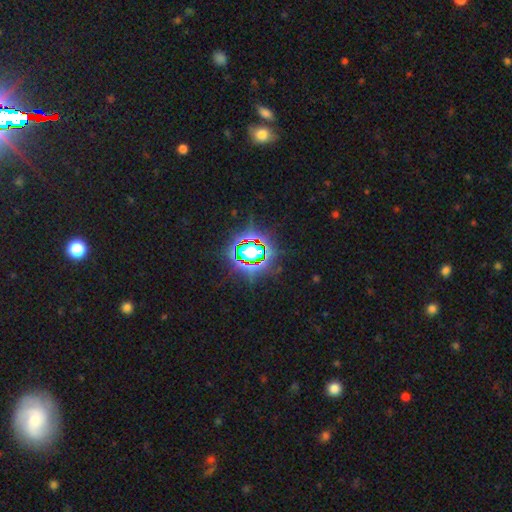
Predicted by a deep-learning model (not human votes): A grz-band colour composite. It shows a star or artifact, not a galaxy (78%).